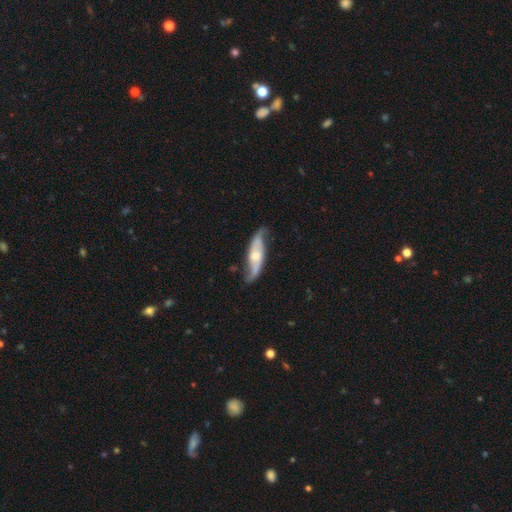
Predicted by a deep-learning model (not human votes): A featured or disk galaxy (75%) with no bar (54%), 2 (89%) loose (67%) spiral arms (92%) and a moderate central bulge (56%). Merging: none (70%).